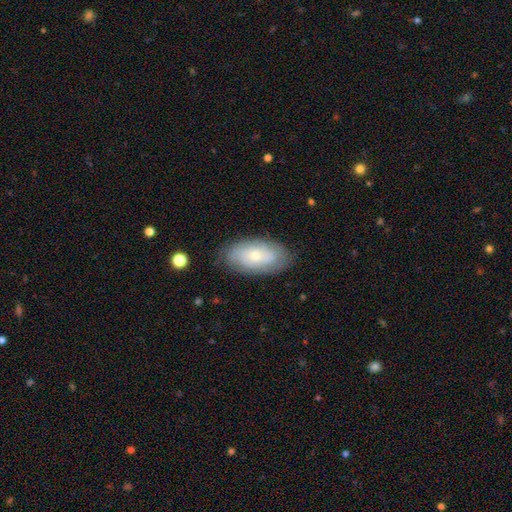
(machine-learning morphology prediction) This is possibly a smooth galaxy (52%). How rounded: clearly in between (92%). Merging: likely none (79%).